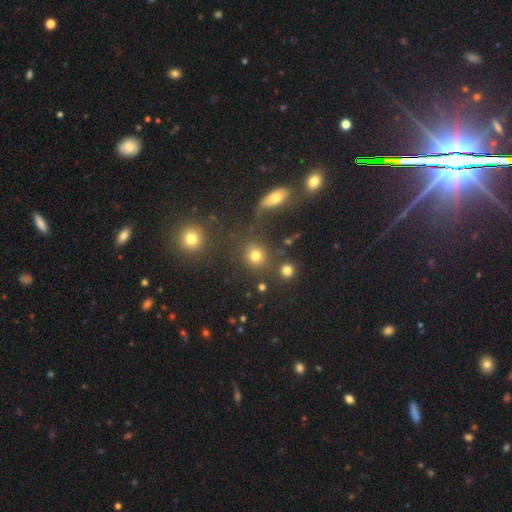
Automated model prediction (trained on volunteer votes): This appears to be a smooth galaxy with no disk features (77%) that is round (78%). Merging: none (73%).